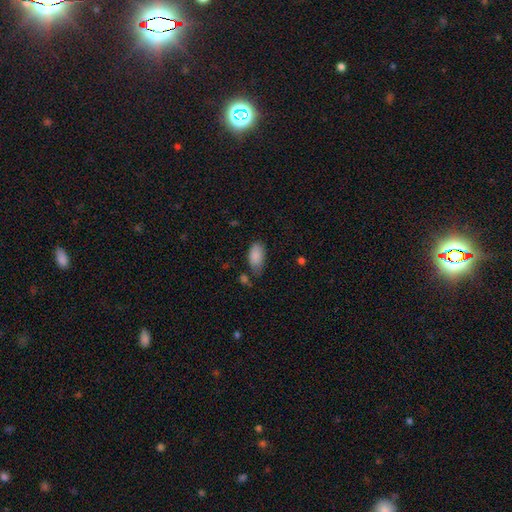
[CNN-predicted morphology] Smooth or featured? Predicted: smooth (p=0.88). How rounded? Predicted: in between (p=0.94). Merging? Predicted: none (p=0.59).